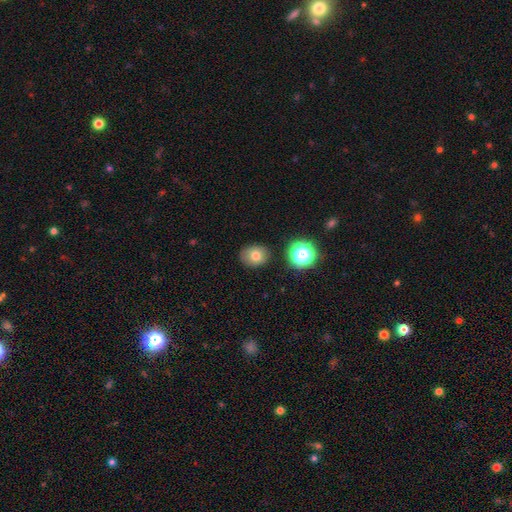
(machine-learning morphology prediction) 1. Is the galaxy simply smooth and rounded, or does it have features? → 75% smooth, 14% star or artifact, 11% featured or disk.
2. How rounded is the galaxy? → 59% round, 40% in between, 1% cigar-shaped.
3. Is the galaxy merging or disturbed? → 83% none, 12% minor disturbance, 3% major disturbance, 3% merger.